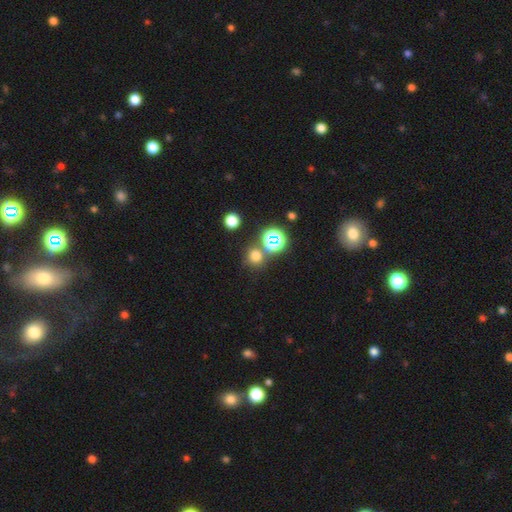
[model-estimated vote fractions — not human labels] Morphology: type=smooth (66%); roundness=round (88%); merging=none (74%).